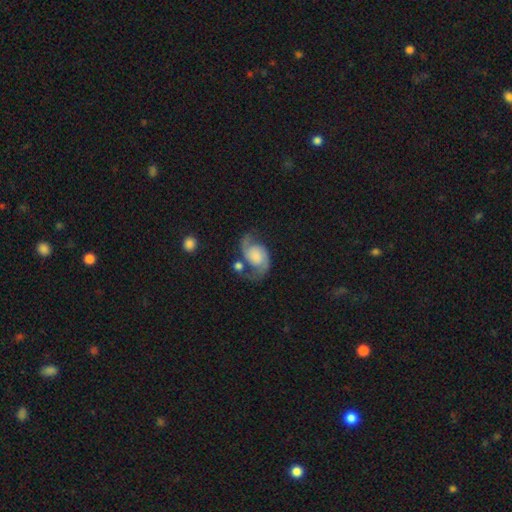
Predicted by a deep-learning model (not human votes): Morphology: type=featured or disk (84%); edge-on=no (98%); bar=no (69%); spiral arms=yes (97%); winding=loose (45%); arm count=2 (93%); bulge=none (34%); merging=none (60%).